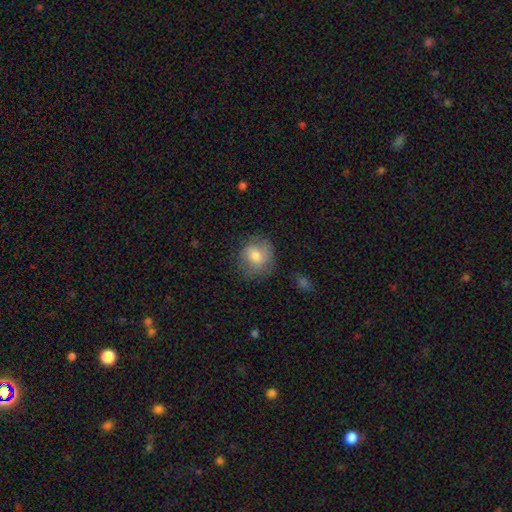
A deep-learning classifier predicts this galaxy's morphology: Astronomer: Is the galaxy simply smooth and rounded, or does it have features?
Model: smooth — 73%.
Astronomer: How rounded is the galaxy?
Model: round — 76%.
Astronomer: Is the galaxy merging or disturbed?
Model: none — 72%.